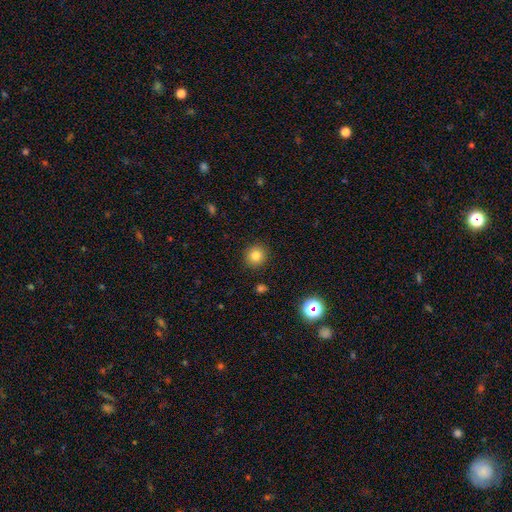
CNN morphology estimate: This is clearly a smooth galaxy (82%). How rounded: clearly round (91%). Merging: clearly none (91%).